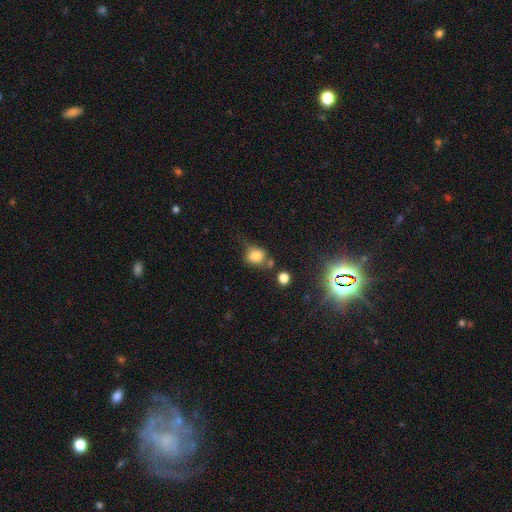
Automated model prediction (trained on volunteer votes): smooth-or-featured: smooth: 78% | star or artifact: 12% | featured or disk: 10%
  how-rounded: round: 51% | in between: 48% | cigar-shaped: 1%
  merging: none: 46% | minor disturbance: 27% | merger: 14% | major disturbance: 12%